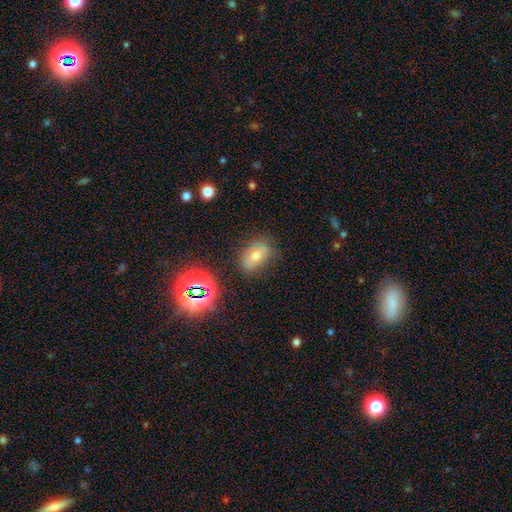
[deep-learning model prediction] A smooth galaxy with no disk features (53%) that is in between round and cigar-shaped (80%).

Vote fractions:
- Smooth or featured? smooth: 53% / star or artifact: 27% / featured or disk: 21%
- How rounded? in between: 80% / round: 18% / cigar-shaped: 2%
- Merging? none: 75% / minor disturbance: 17% / major disturbance: 5% / merger: 2%